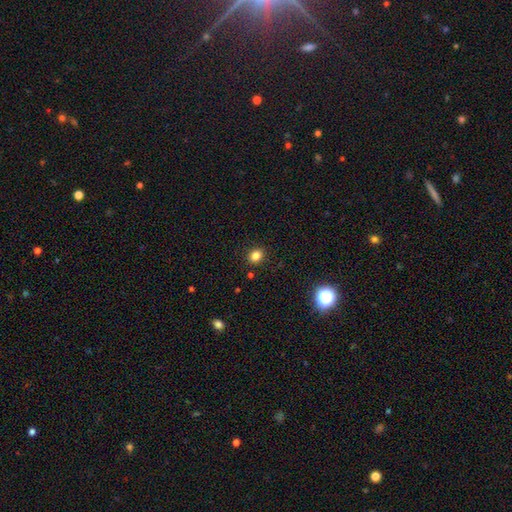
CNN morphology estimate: This appears to be a smooth galaxy with no disk features (82%) that is round (62%). Merging: none (89%).